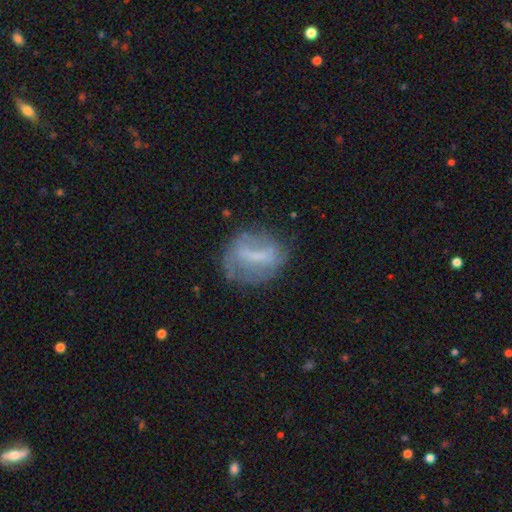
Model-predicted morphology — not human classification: The model was most divided on "smooth or featured": featured or disk: 51%, smooth: 38%, star or artifact: 11%. More confident: edge-on disk — no (93%); merging — none (61%).